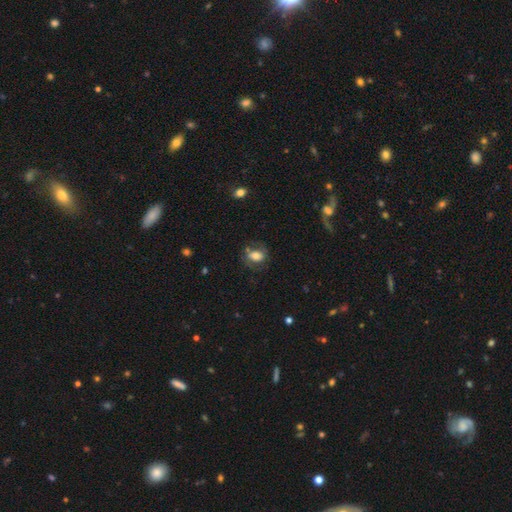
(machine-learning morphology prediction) smooth-or-featured: smooth: 52% | featured or disk: 39% | star or artifact: 9%
  how-rounded: in between: 67% | round: 31% | cigar-shaped: 2%
  merging: none: 62% | minor disturbance: 20% | major disturbance: 13% | merger: 5%